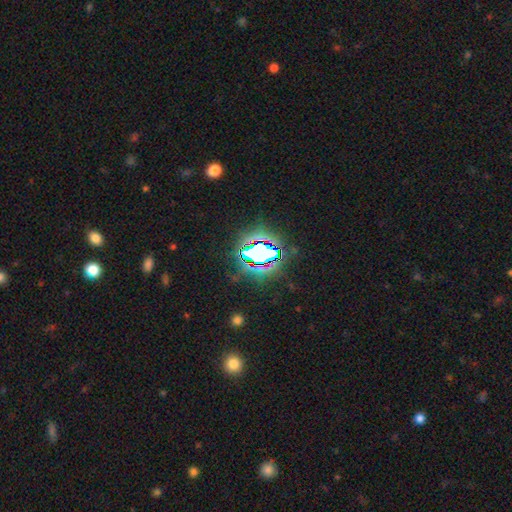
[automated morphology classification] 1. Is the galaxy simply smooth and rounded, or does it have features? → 80% star or artifact, 12% smooth, 8% featured or disk.